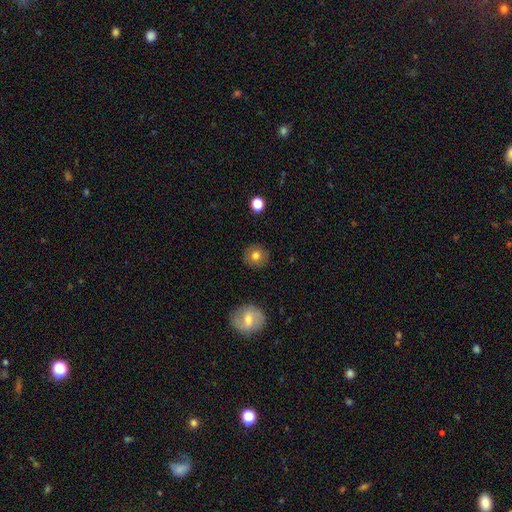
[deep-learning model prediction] A smooth galaxy with no disk features (76%) that is round (91%). Merging: none (88%).